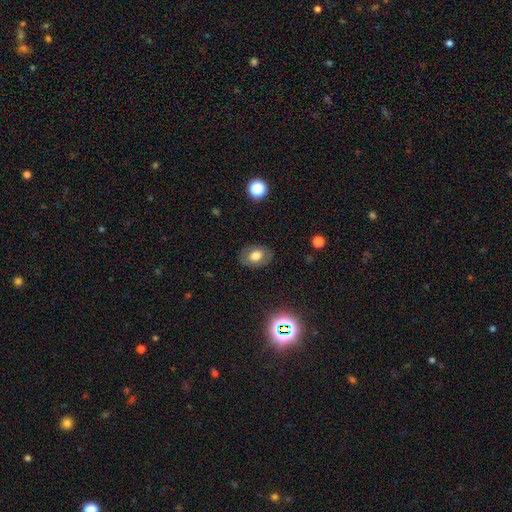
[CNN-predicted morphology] Overall: smooth (68%). How rounded: in between (77%). Merging: none (84%).